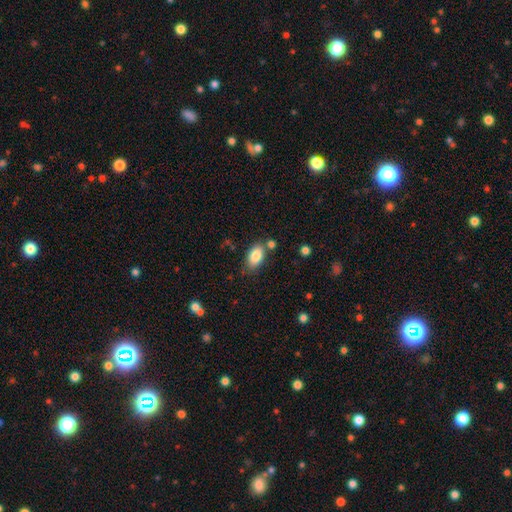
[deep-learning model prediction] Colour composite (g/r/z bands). It shows a smooth galaxy with no disk features (86%) that is in between round and cigar-shaped (92%). Merging: none (72%).